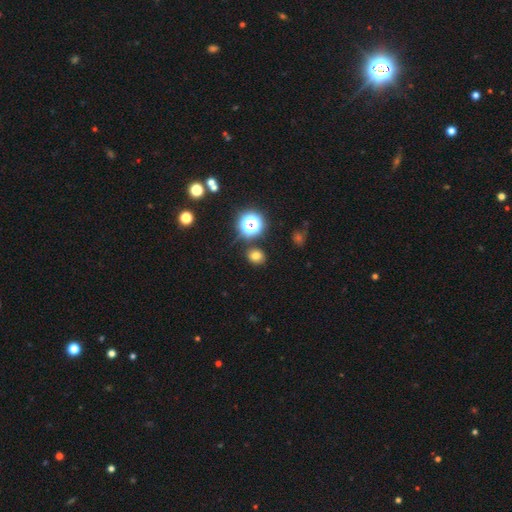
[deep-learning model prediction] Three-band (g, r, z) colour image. It shows a smooth galaxy with no disk features (71%) that is round (64%). Merging: none (84%).